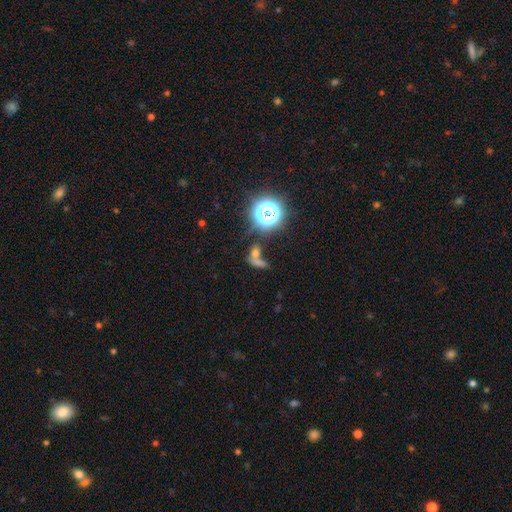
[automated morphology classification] A smooth galaxy with no disk features (52%) that is in between round and cigar-shaped (50%).

Vote fractions:
- Smooth or featured? smooth: 52% / star or artifact: 32% / featured or disk: 17%
- How rounded? in between: 50% / round: 39% / cigar-shaped: 10%
- Merging? merger: 44% / none: 33% / major disturbance: 13% / minor disturbance: 10%